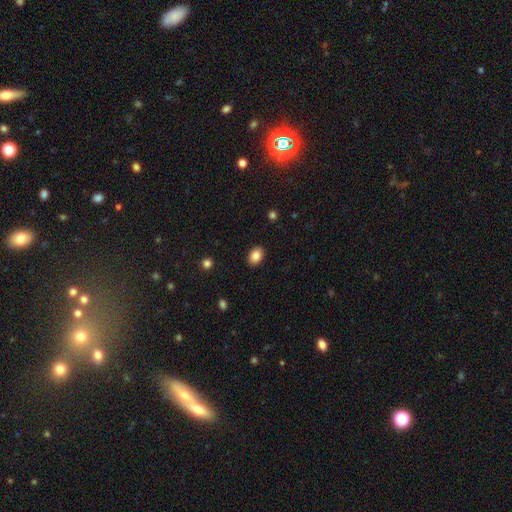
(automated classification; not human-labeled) Smooth or featured: smooth — 86% (star or artifact — 9%)
How rounded: in between — 77% (round — 22%)
Merging: none — 89% (minor disturbance — 7%)